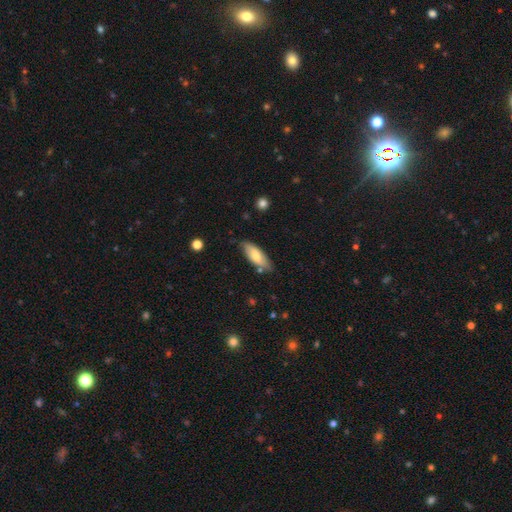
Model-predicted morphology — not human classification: Overall: smooth (71%). How rounded: in between (75%). Merging: none (77%).